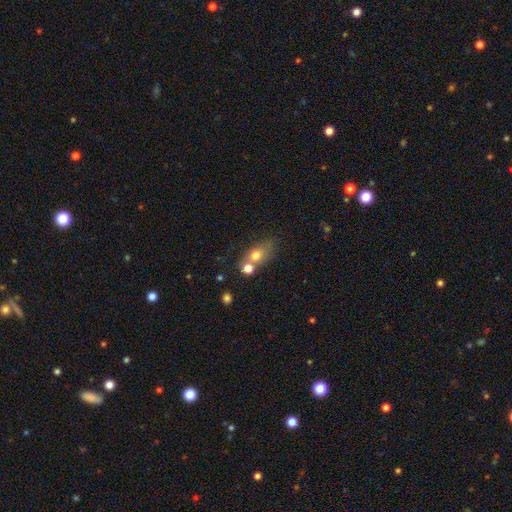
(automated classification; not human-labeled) Smooth or featured? Predicted: smooth (p=0.71). How rounded? Predicted: in between (p=0.56). Merging? Predicted: none (p=0.42).